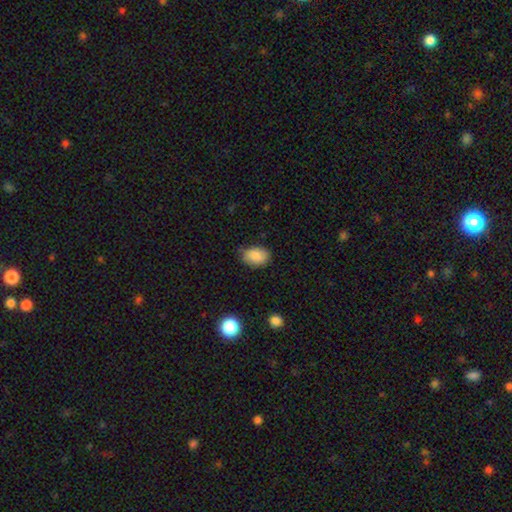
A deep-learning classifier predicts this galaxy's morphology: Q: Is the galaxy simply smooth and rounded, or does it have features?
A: smooth — 86%.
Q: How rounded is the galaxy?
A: in between — 82%.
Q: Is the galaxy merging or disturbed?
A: none — 74%.